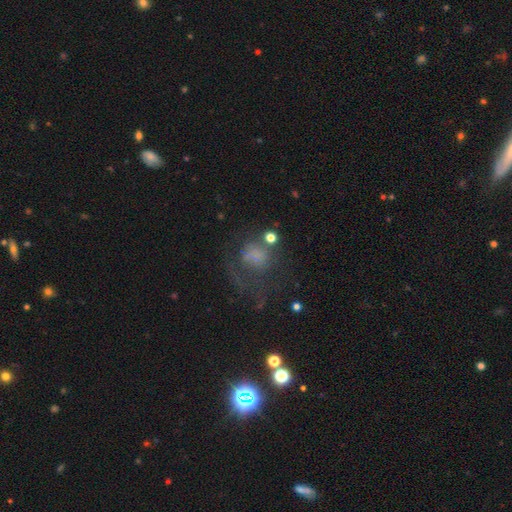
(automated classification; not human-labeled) Morphology: type=smooth (49%); merging=major disturbance (41%).